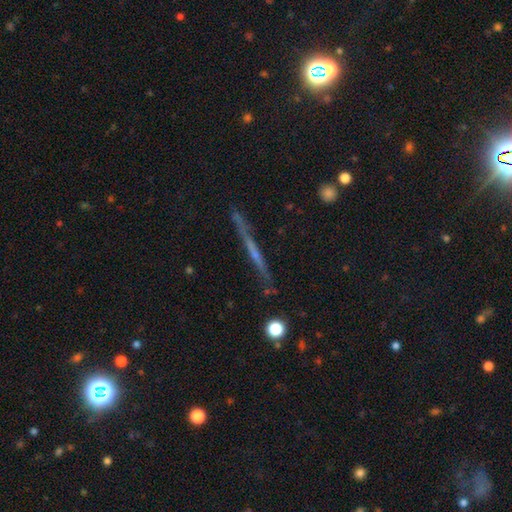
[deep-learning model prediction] smooth_or_featured: featured or disk (p=0.61) [alt: smooth p=0.28]
disk_edge_on: yes (p=0.94) [alt: no p=0.06]
edge_on_bulge: none (p=0.77) [alt: rounded p=0.16]
merging: none (p=0.81) [alt: minor disturbance p=0.13]